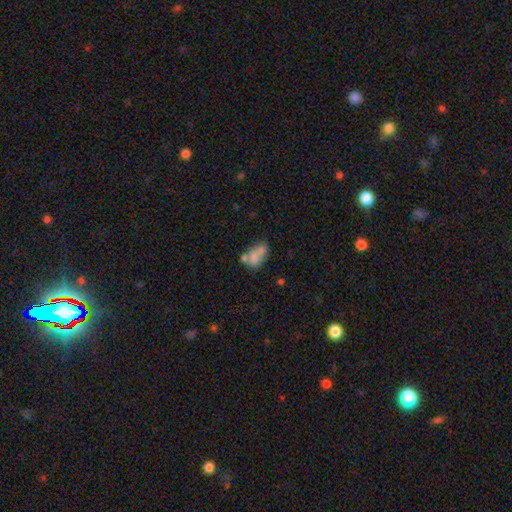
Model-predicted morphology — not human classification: The model was most divided on "merging": merger: 40%, none: 29%, minor disturbance: 19%, major disturbance: 12%. More confident: how rounded — in between (84%); smooth or featured — smooth (65%).